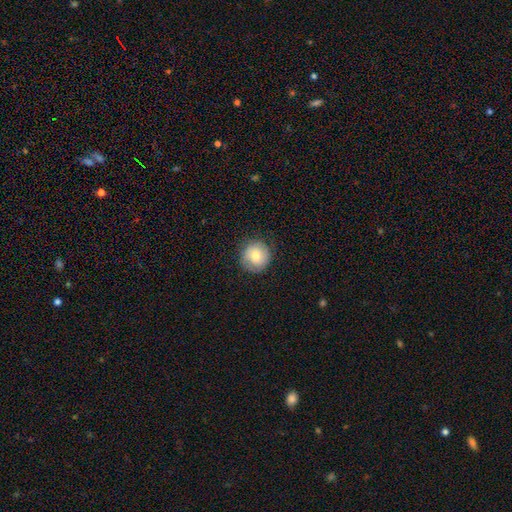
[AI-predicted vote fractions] Smooth or featured? Predicted: smooth (p=0.67). How rounded? Predicted: round (p=0.93). Merging? Predicted: none (p=0.83).